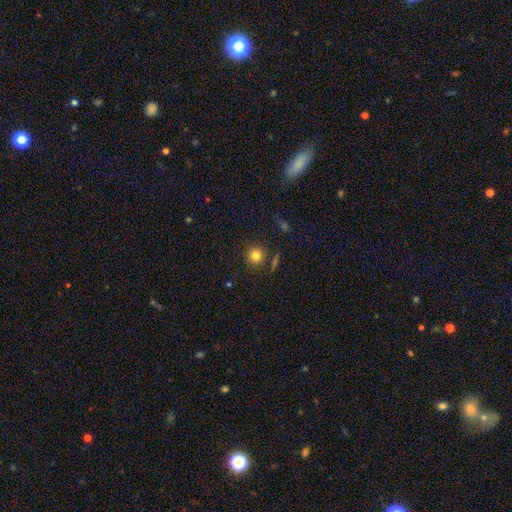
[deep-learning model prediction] Q: Smooth or featured?
A: smooth (81%); runner-up: star or artifact (12%)
Q: How rounded?
A: round (93%); runner-up: in between (6%)
Q: Merging?
A: none (85%); runner-up: minor disturbance (8%)